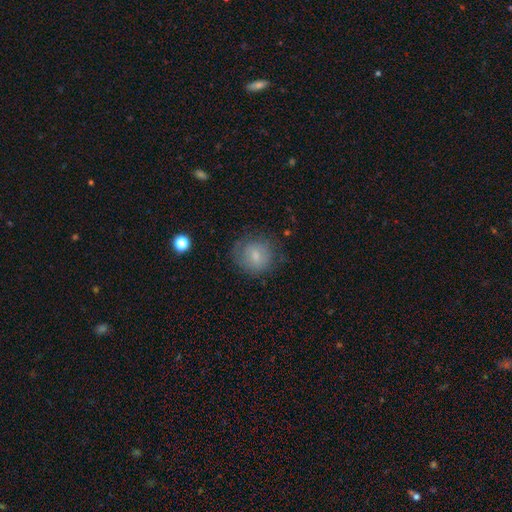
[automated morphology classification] smooth-or-featured: smooth: 72% | featured or disk: 19% | star or artifact: 9%
  how-rounded: round: 83% | in between: 16% | cigar-shaped: 1%
  merging: none: 70% | minor disturbance: 20% | major disturbance: 9% | merger: 1%